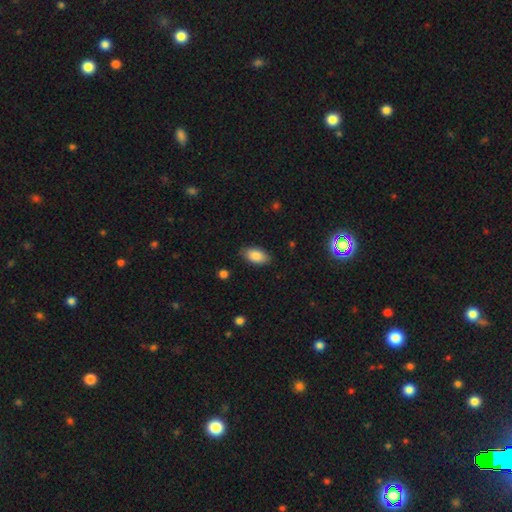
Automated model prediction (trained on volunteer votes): A smooth galaxy with no disk features (85%) that is in between round and cigar-shaped (93%).

Vote fractions:
- Smooth or featured? smooth: 85% / featured or disk: 7% / star or artifact: 7%
- How rounded? in between: 93% / round: 4% / cigar-shaped: 3%
- Merging? none: 84% / minor disturbance: 12% / major disturbance: 2% / merger: 1%